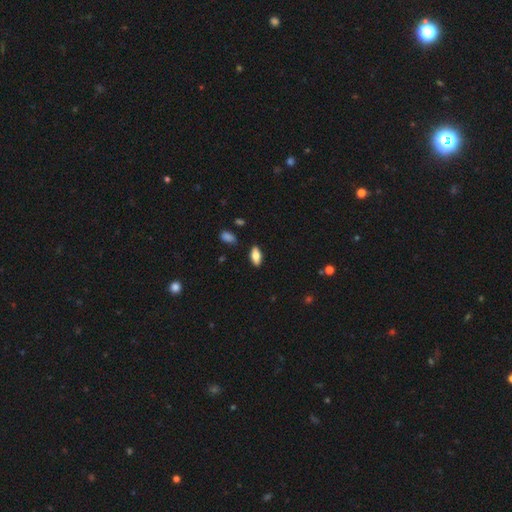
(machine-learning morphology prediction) smooth_or_featured: smooth (p=0.72) [alt: featured or disk p=0.21]
how_rounded: in between (p=0.85) [alt: cigar-shaped p=0.12]
merging: none (p=0.85) [alt: minor disturbance p=0.11]